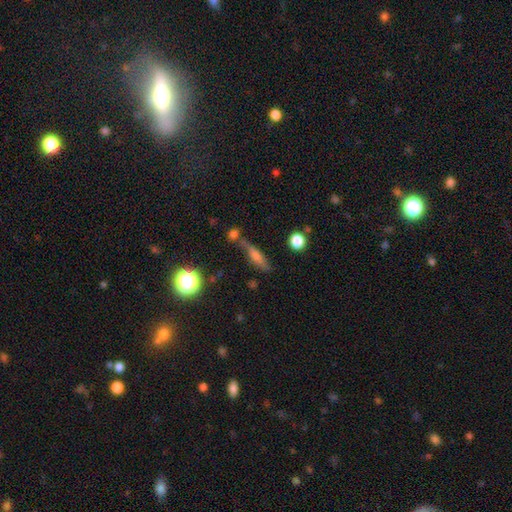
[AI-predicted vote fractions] smooth-or-featured: smooth: 50% | featured or disk: 34% | star or artifact: 15%
  how-rounded: cigar-shaped: 70% | in between: 22% | round: 8%
  merging: none: 66% | minor disturbance: 16% | merger: 11% | major disturbance: 6%